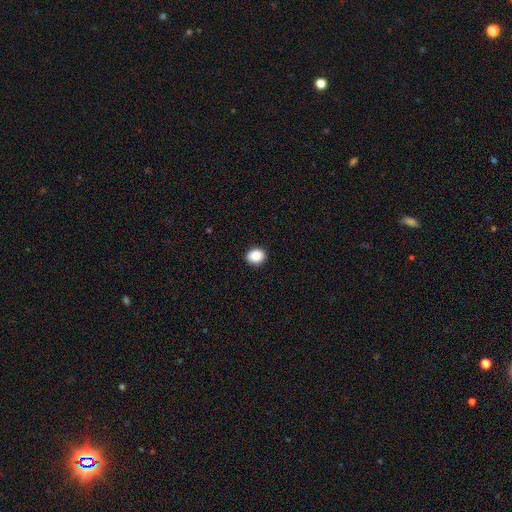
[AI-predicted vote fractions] Smooth or featured: smooth — 89% (star or artifact — 8%)
How rounded: round — 52% (in between — 47%)
Merging: none — 91% (minor disturbance — 7%)